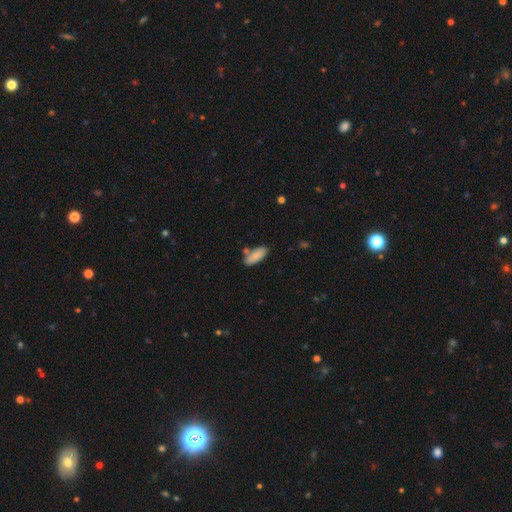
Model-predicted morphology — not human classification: smooth_or_featured: smooth (p=0.85) [alt: featured or disk p=0.09]
how_rounded: in between (p=0.76) [alt: cigar-shaped p=0.22]
merging: none (p=0.74) [alt: minor disturbance p=0.14]